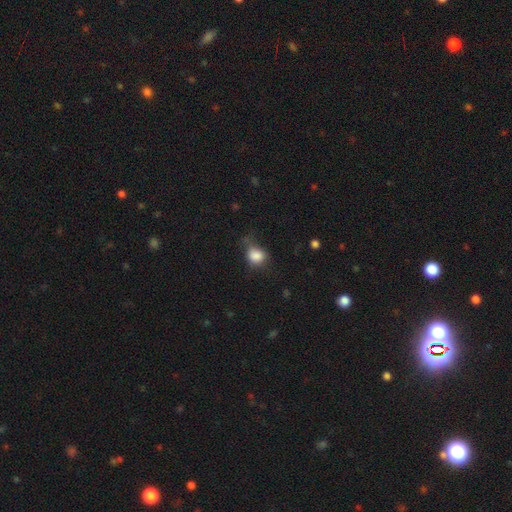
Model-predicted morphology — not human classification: Overall: smooth (83%). How rounded: round (63%; in between 35%). Merging: none (42%; minor disturbance 35%).